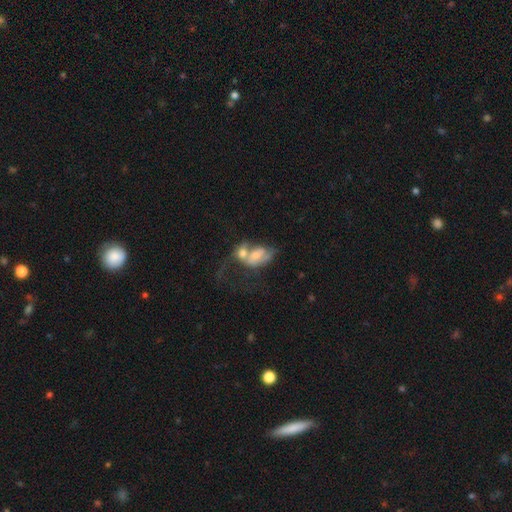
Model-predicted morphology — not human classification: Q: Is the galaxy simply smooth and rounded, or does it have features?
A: featured or disk — 47%.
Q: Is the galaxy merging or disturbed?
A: merger — 66%.